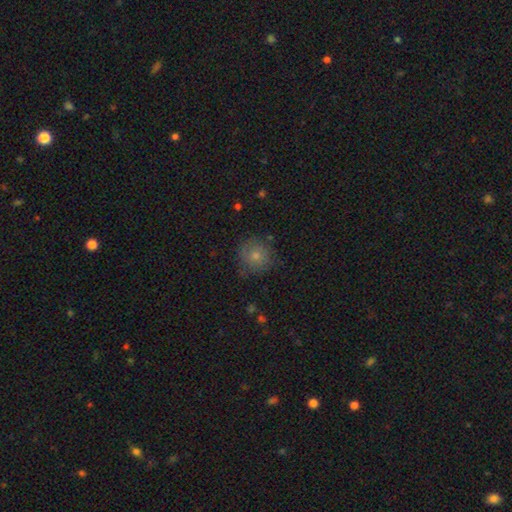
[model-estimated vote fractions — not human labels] Smooth or featured? smooth (76%)
How rounded? round (90%)
Merging? none (75%)